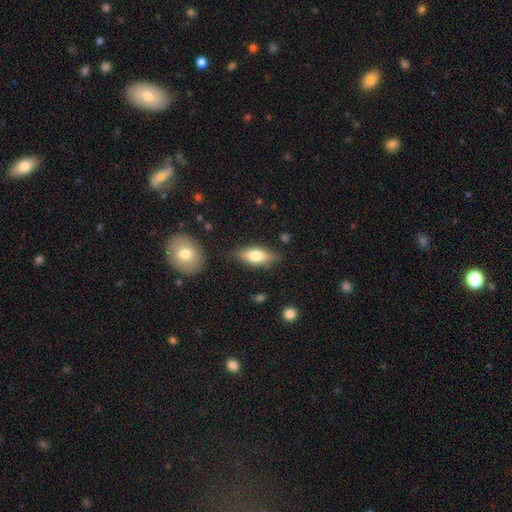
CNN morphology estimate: A smooth galaxy with no disk features (64%) that is in between round and cigar-shaped (75%). Merging: none (79%).